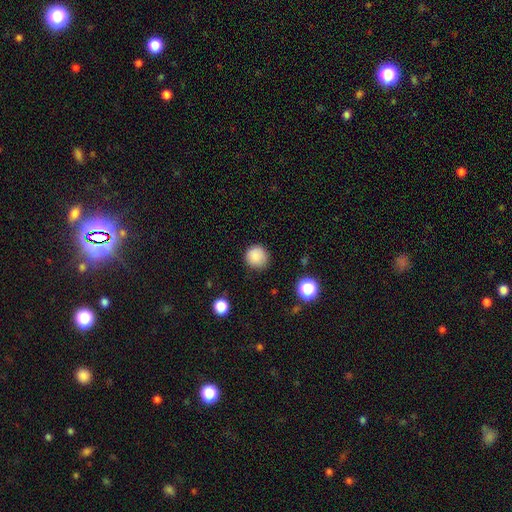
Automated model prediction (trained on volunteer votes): Morphology: type=smooth (86%); roundness=round (94%); merging=none (86%).